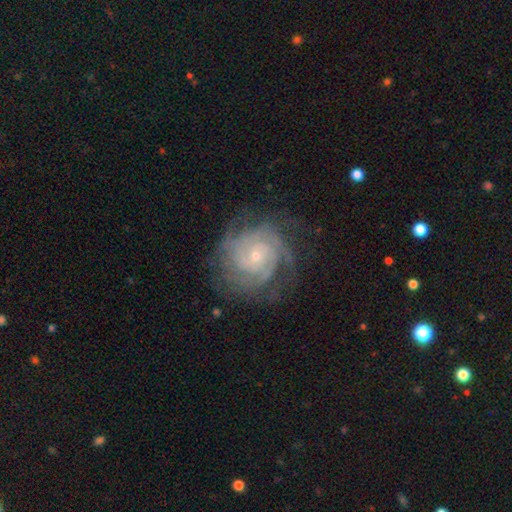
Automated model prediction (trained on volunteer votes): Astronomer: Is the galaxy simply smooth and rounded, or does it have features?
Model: featured or disk — 86%.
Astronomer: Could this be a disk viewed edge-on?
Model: no — 98%.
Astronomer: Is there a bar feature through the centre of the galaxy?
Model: no — 75%.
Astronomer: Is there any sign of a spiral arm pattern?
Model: yes — 96%.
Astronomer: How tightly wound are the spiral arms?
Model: tight — 74%.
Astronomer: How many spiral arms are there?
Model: can't tell — 29% (runner-up: 3, 21%).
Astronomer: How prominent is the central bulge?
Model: small — 78%.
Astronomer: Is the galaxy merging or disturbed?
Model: none — 73%.